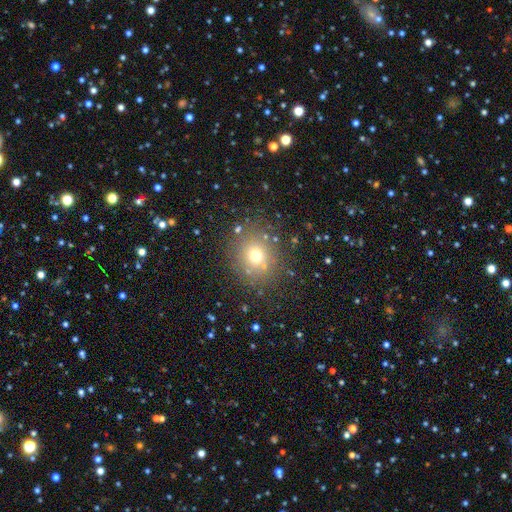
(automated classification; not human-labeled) Smooth or featured: smooth — 67% (star or artifact — 21%)
How rounded: round — 82% (in between — 17%)
Merging: none — 81% (minor disturbance — 10%)